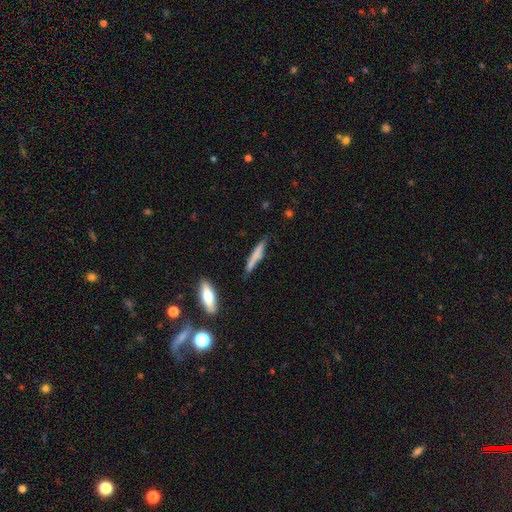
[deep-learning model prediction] Smooth or featured?
  - smooth: 62% *
  - featured or disk: 32%
  - star or artifact: 6%
How rounded?
  - cigar-shaped: 92% *
  - in between: 7%
  - round: 2%
Merging?
  - none: 74% *
  - minor disturbance: 19%
  - major disturbance: 4%
  - merger: 3%